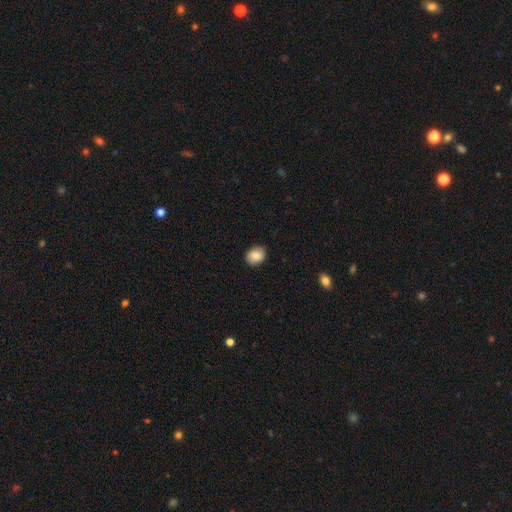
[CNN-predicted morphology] This appears to be a smooth galaxy with no disk features (83%) that is round (53%). Merging: none (88%).